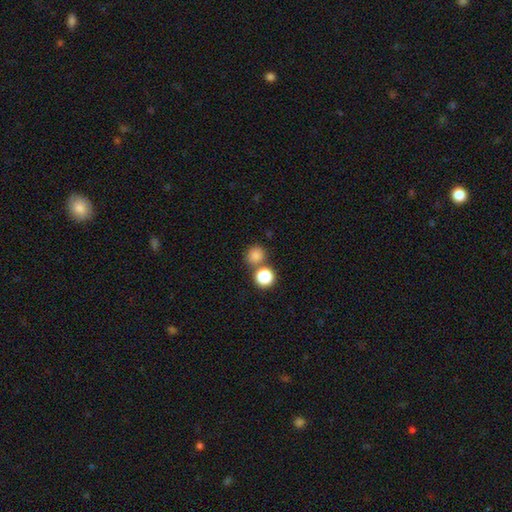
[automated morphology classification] smooth 81%, star or artifact 14%, featured or disk 5%. Down the decision tree: how rounded — round (86%); merging — none (64%).